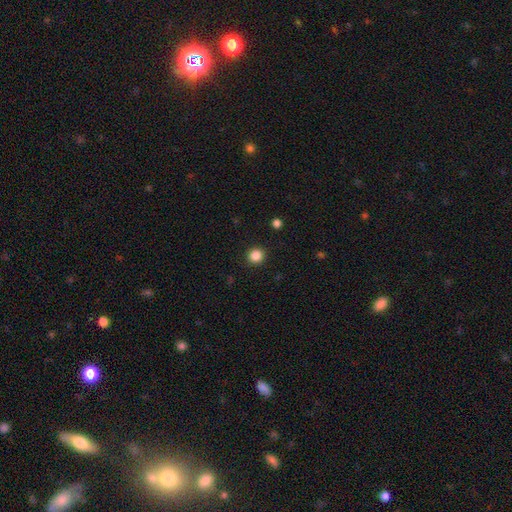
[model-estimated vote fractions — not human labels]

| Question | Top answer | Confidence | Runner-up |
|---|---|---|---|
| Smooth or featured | smooth | 85% | star or artifact (11%) |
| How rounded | round | 90% | in between (9%) |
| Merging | none | 92% | minor disturbance (5%) |